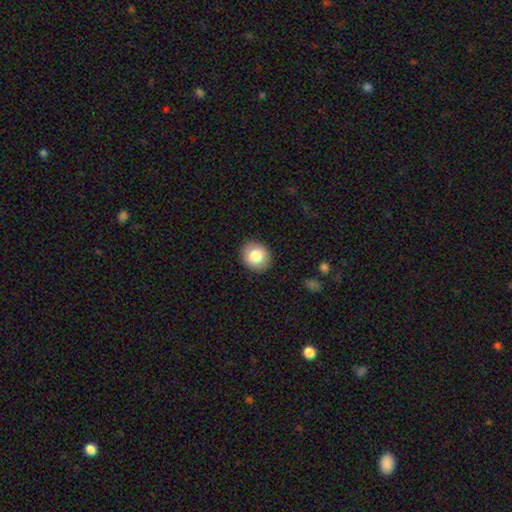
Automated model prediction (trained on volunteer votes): Overall: smooth (82%). How rounded: round (76%). Merging: none (90%).